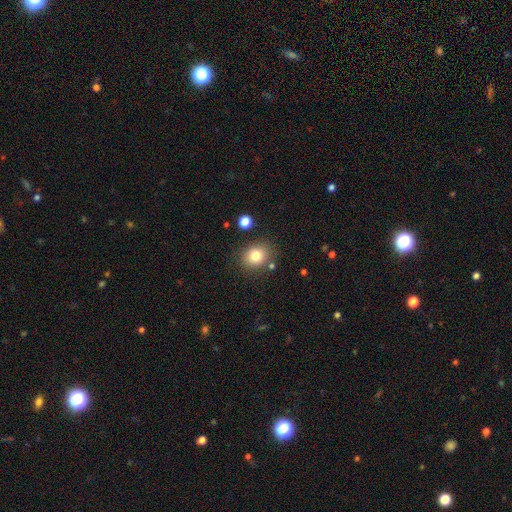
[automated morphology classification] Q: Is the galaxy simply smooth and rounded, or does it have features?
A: smooth — 81%.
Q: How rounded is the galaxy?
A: round — 62%.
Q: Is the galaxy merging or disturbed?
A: none — 82%.